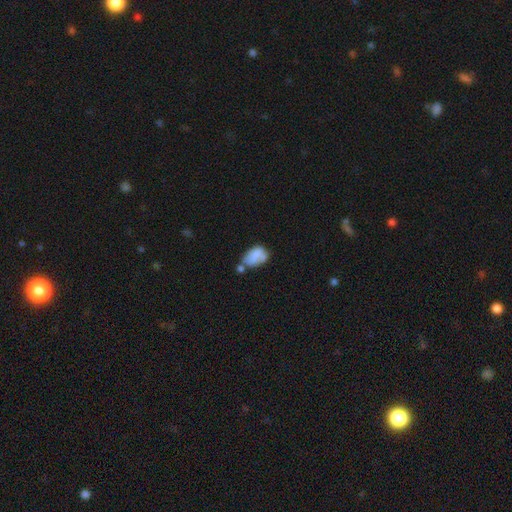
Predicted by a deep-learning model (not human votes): smooth 67%, featured or disk 23%, star or artifact 9%. Down the decision tree: how rounded — in between (89%); merging — merger (33%).